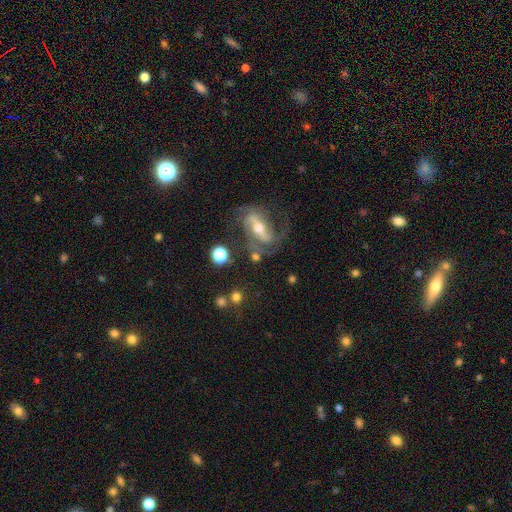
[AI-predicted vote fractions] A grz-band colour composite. It shows a featured or disk galaxy (78%) with a strong bar (50%), 2 (76%) medium (44%) spiral arms (91%) and a moderate central bulge (60%). Merging: none (58%).